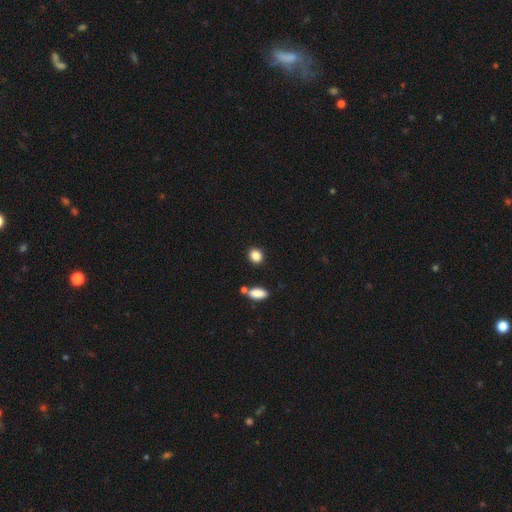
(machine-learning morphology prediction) Smooth or featured? Predicted: smooth (p=0.87). How rounded? Predicted: round (p=0.65). Merging? Predicted: none (p=0.85).